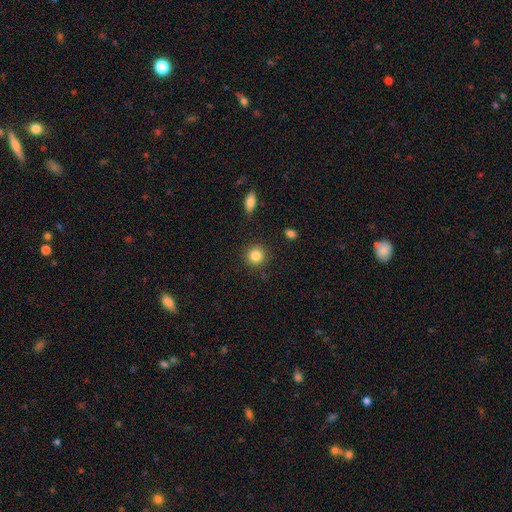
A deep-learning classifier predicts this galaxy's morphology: Overall: smooth (85%). How rounded: round (92%). Merging: none (90%).